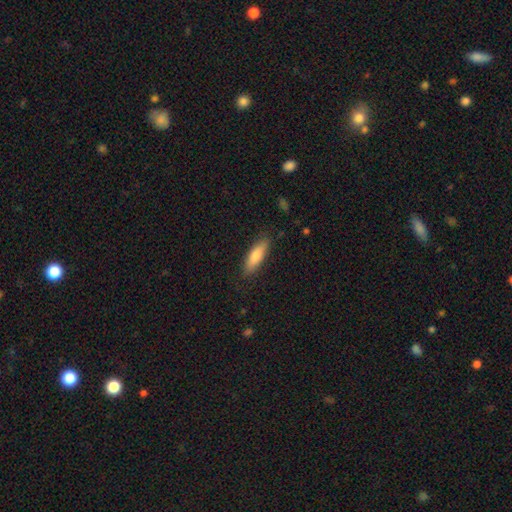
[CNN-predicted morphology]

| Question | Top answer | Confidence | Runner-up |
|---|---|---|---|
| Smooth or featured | smooth | 77% | featured or disk (18%) |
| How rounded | cigar-shaped | 52% | in between (46%) |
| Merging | none | 85% | minor disturbance (12%) |